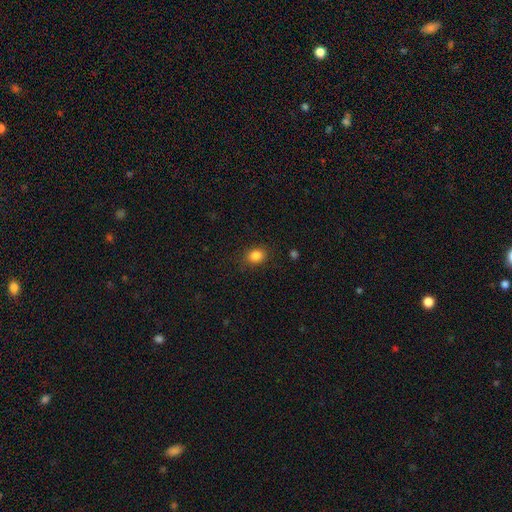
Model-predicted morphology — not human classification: Smooth or featured?
  - smooth: 85% *
  - star or artifact: 11%
  - featured or disk: 5%
How rounded?
  - in between: 55% *
  - round: 44%
  - cigar-shaped: 1%
Merging?
  - none: 86% *
  - minor disturbance: 10%
  - major disturbance: 3%
  - merger: 1%